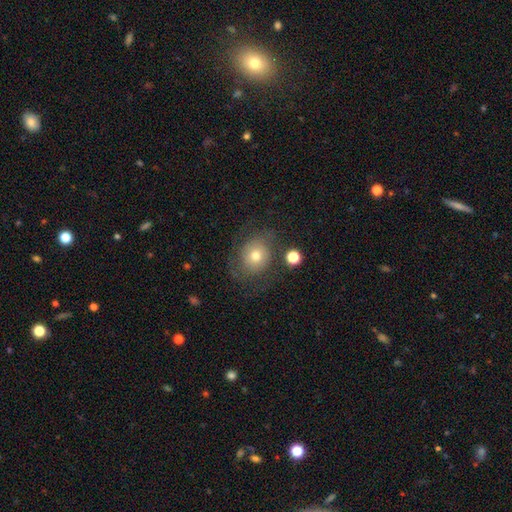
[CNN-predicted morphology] A smooth galaxy with no disk features (63%) that is round (72%). Merging: none (65%).